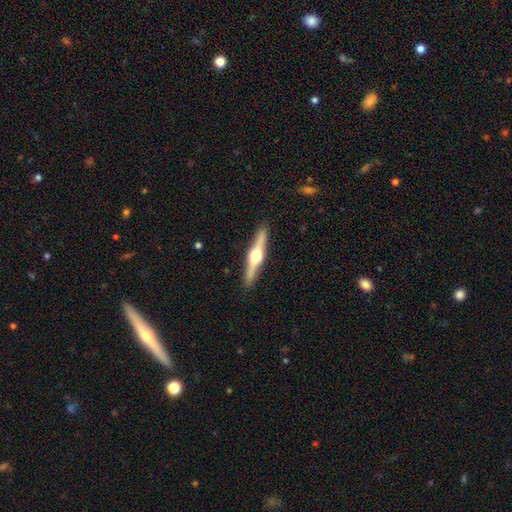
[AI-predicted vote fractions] Smooth or featured? Predicted: featured or disk (p=0.75). Edge-on disk? Predicted: yes (p=0.98). Edge-on bulge? Predicted: rounded (p=0.95). Merging? Predicted: none (p=0.91).